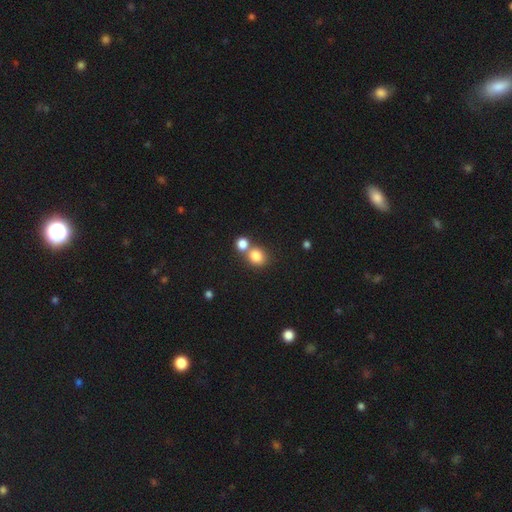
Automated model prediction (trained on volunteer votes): Overall: smooth (82%). How rounded: round (74%). Merging: none (49%; merger 40%).